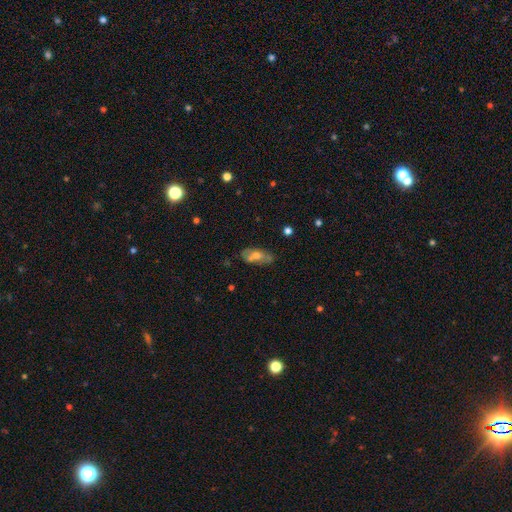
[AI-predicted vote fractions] This is possibly a smooth galaxy (47%). Merging: likely none (62%).